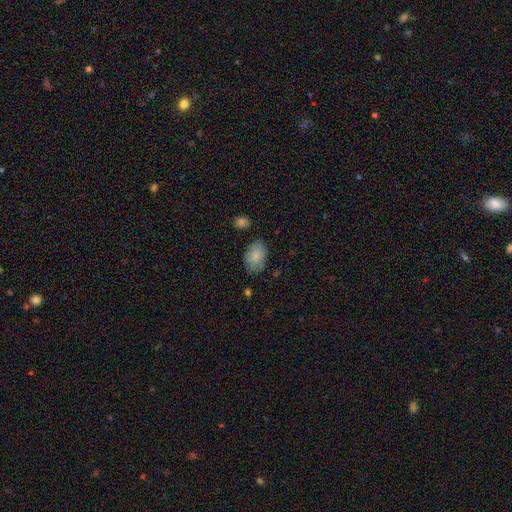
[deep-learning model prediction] Smooth or featured: smooth — 84% (featured or disk — 10%)
How rounded: in between — 85% (round — 14%)
Merging: none — 73% (minor disturbance — 19%)